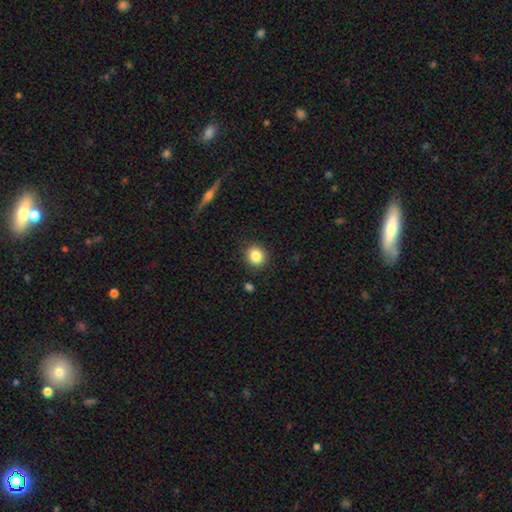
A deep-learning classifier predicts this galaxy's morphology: Smooth or featured: smooth — 85% (star or artifact — 10%)
How rounded: round — 83% (in between — 16%)
Merging: none — 89% (minor disturbance — 7%)